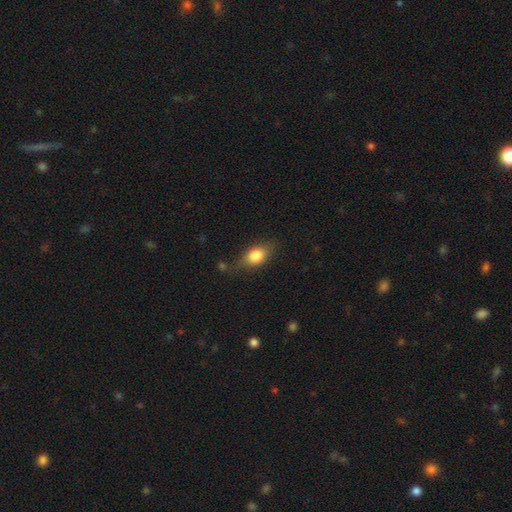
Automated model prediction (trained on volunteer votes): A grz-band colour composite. It shows a smooth galaxy with no disk features (78%) that is in between round and cigar-shaped (74%). Merging: none (66%).